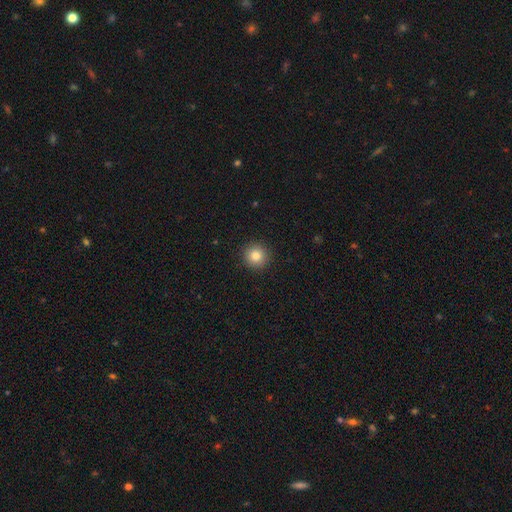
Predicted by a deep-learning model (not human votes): This is clearly a smooth galaxy (82%). How rounded: clearly round (95%). Merging: clearly none (92%).